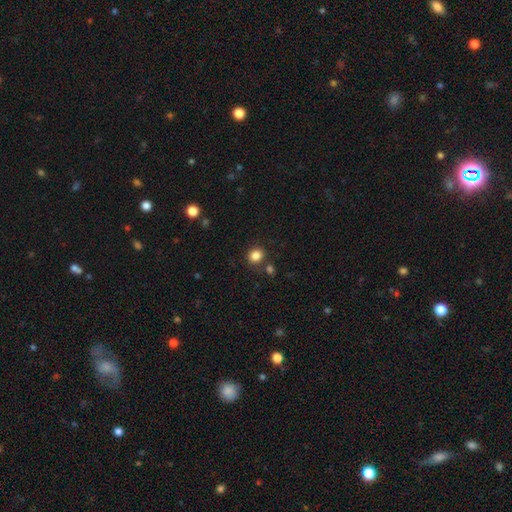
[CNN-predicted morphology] A smooth galaxy with no disk features (84%) that is round (77%).

Vote fractions:
- Smooth or featured? smooth: 84% / star or artifact: 11% / featured or disk: 5%
- How rounded? round: 77% / in between: 22% / cigar-shaped: 1%
- Merging? none: 80% / minor disturbance: 10% / merger: 7% / major disturbance: 3%